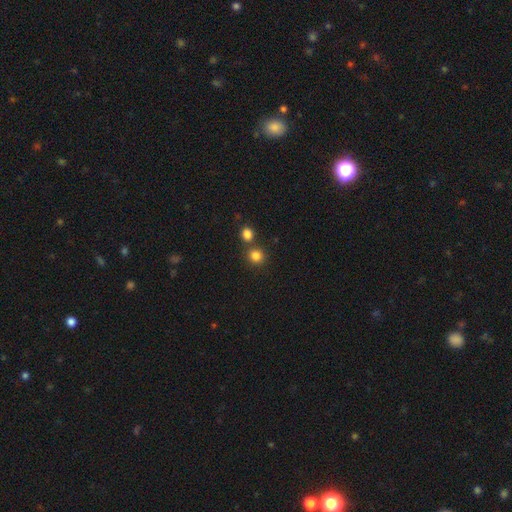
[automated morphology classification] smooth 82%, star or artifact 13%, featured or disk 5%. Down the decision tree: how rounded — round (87%); merging — none (68%).